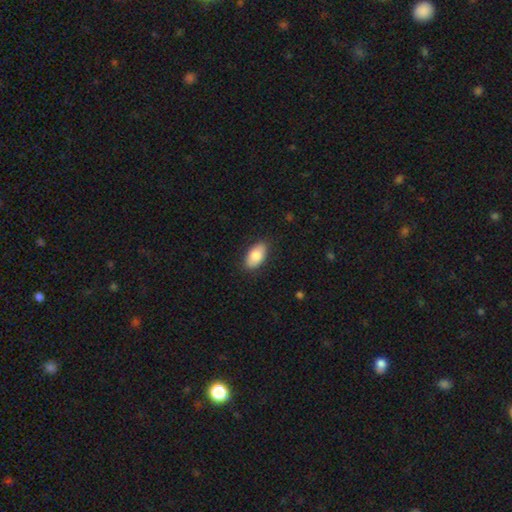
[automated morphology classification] smooth-or-featured: smooth: 83% | featured or disk: 11% | star or artifact: 6%
  how-rounded: in between: 93% | round: 4% | cigar-shaped: 3%
  merging: none: 87% | minor disturbance: 10% | major disturbance: 2% | merger: 1%